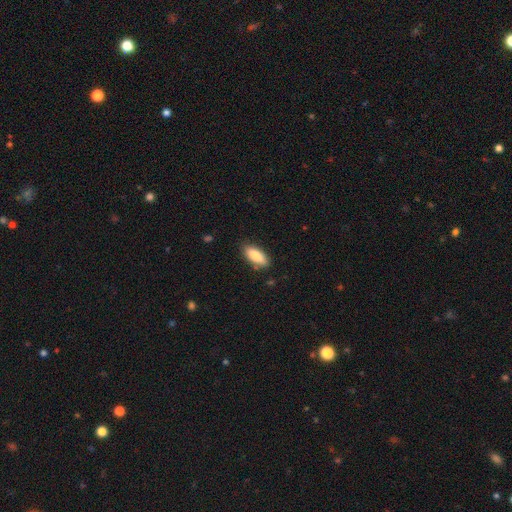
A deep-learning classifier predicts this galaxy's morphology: Overall: smooth (86%). How rounded: in between (76%). Merging: none (83%).